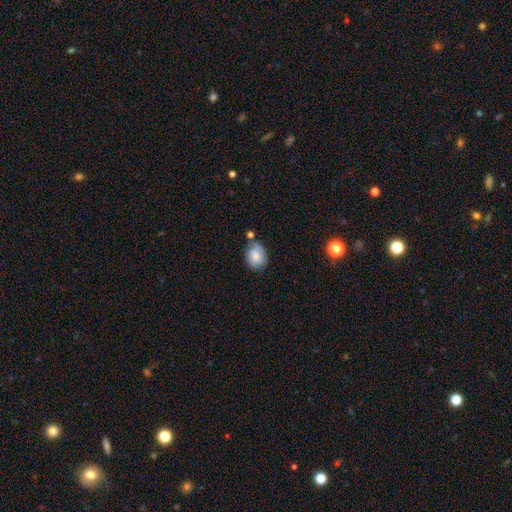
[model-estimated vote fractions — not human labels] Smooth or featured? smooth (79%)
How rounded? round (50%)
Merging? none (54%)